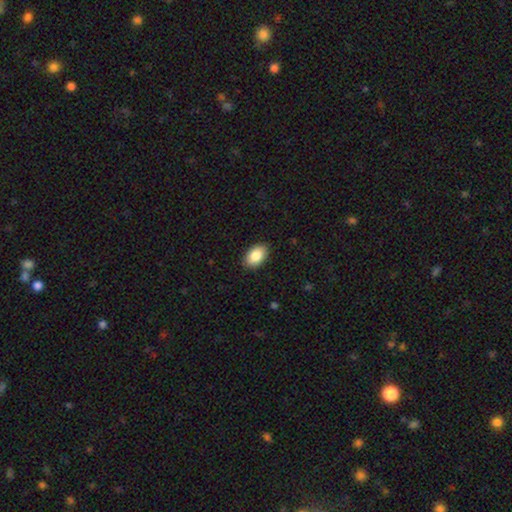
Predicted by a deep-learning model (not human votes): A smooth galaxy with no disk features (87%) that is in between round and cigar-shaped (91%).

Vote fractions:
- Smooth or featured? smooth: 87% / star or artifact: 7% / featured or disk: 6%
- How rounded? in between: 91% / round: 7% / cigar-shaped: 1%
- Merging? none: 89% / minor disturbance: 8% / major disturbance: 2% / merger: 1%